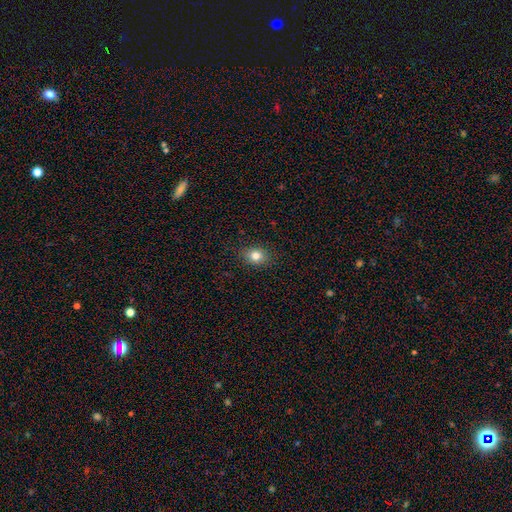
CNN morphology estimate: The model was most divided on "how rounded": round: 53%, in between: 46%, cigar-shaped: 1%. More confident: merging — none (88%); smooth or featured — smooth (81%).